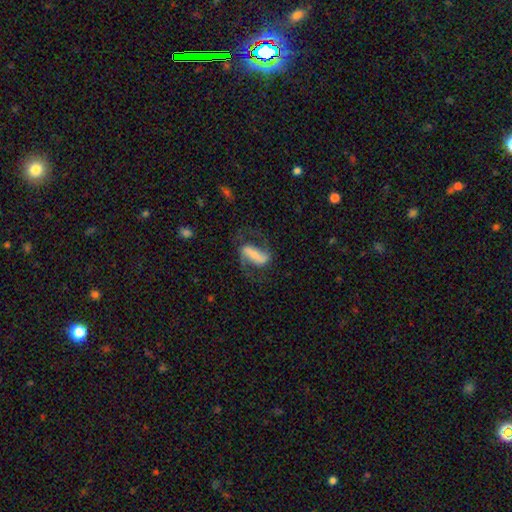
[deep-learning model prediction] Smooth or featured? Predicted: featured or disk (p=0.75). Edge-on disk? Predicted: no (p=0.92). Bar? Predicted: strong (p=0.67). Spiral arms? Predicted: yes (p=0.90). Spiral winding? Predicted: loose (p=0.51). Spiral arm count? Predicted: 2 (p=0.89). Bulge size? Predicted: small (p=0.44). Merging? Predicted: none (p=0.62).